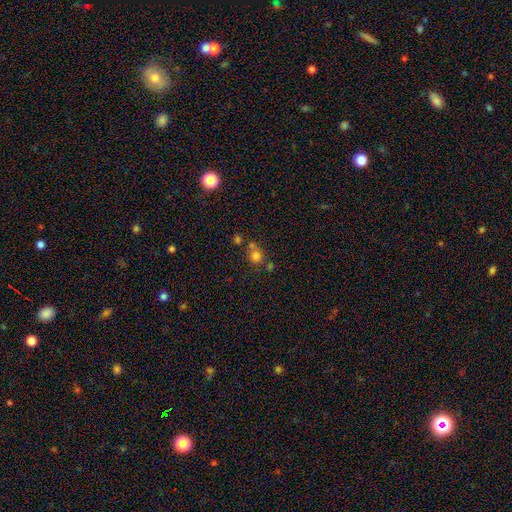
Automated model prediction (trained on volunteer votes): Morphology: type=smooth (72%); roundness=round (83%); merging=none (51%).